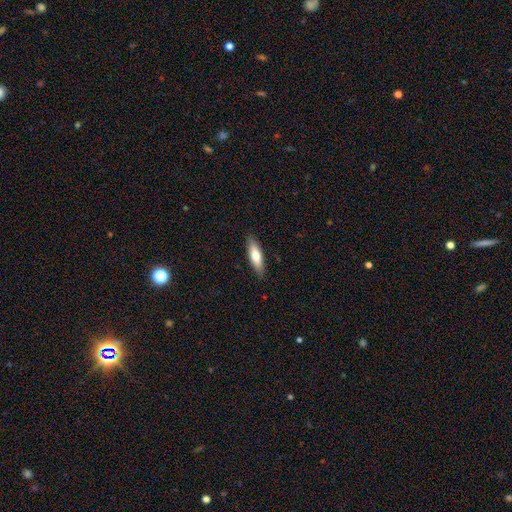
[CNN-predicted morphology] Q: Smooth or featured?
A: smooth (71%); runner-up: featured or disk (24%)
Q: How rounded?
A: cigar-shaped (55%); runner-up: in between (43%)
Q: Merging?
A: none (87%); runner-up: minor disturbance (10%)